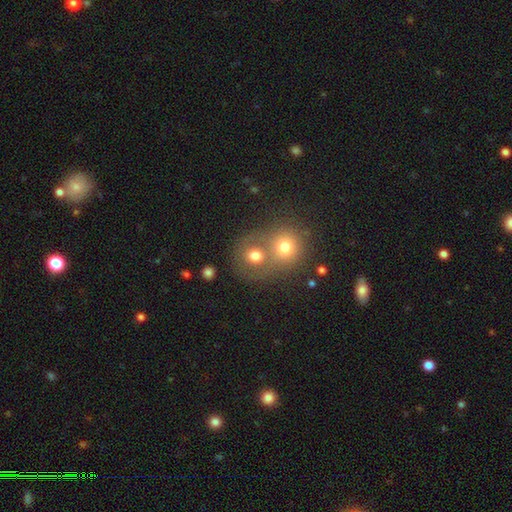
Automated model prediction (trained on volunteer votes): The model was most divided on "merging": merger: 54%, none: 36%, minor disturbance: 6%, major disturbance: 4%. More confident: how rounded — round (82%); smooth or featured — smooth (70%).